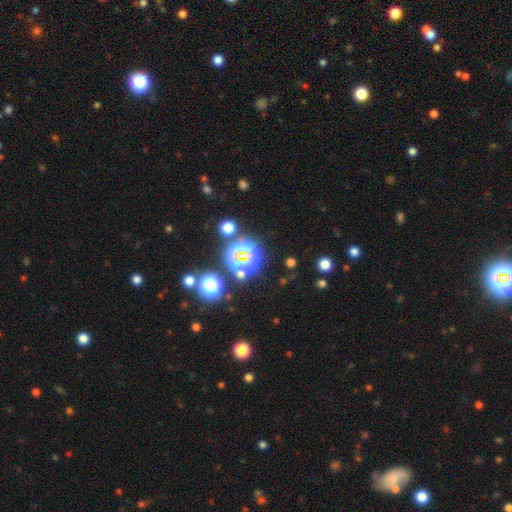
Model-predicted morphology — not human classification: This appears to be a star or artifact, not a galaxy (80%).